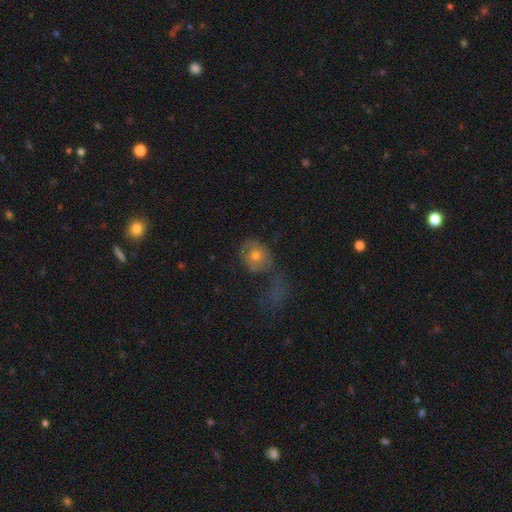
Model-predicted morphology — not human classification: The model was most divided on "smooth or featured": smooth: 57%, featured or disk: 33%, star or artifact: 10%. Remaining: how rounded — round (66%); merging — none (45%).